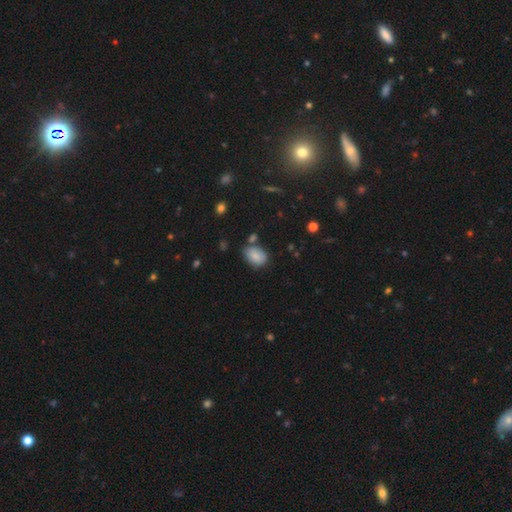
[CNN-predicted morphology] Overall: smooth (82%). How rounded: in between (81%). Merging: none (67%).